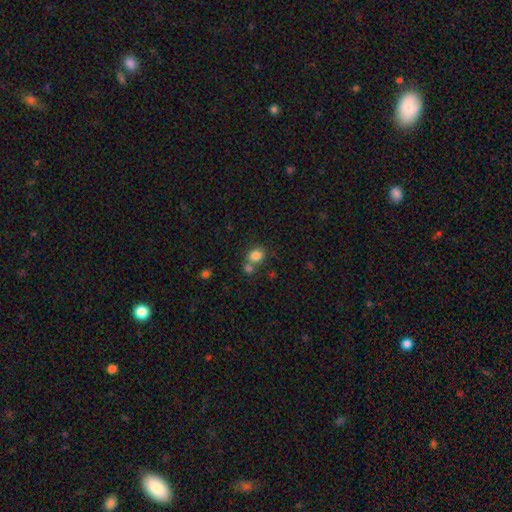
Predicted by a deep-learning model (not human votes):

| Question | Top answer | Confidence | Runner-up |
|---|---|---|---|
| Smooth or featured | smooth | 81% | star or artifact (11%) |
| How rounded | round | 65% | in between (34%) |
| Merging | none | 53% | merger (33%) |